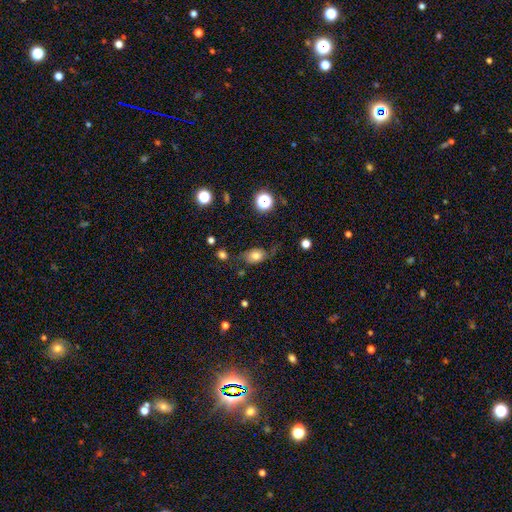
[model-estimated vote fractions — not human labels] The model was most divided on "merging": none: 56%, minor disturbance: 27%, major disturbance: 13%, merger: 4%. More confident: how rounded — in between (78%); smooth or featured — smooth (69%).